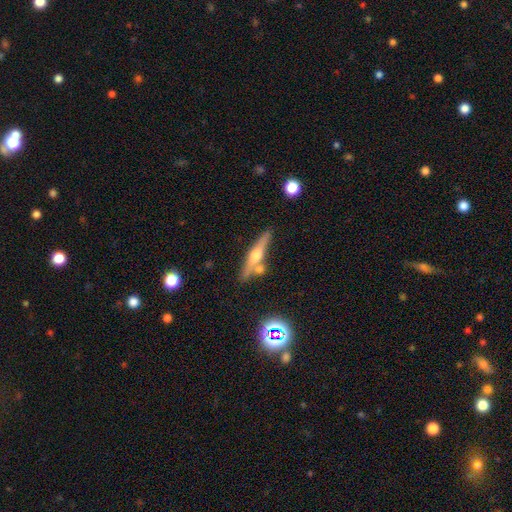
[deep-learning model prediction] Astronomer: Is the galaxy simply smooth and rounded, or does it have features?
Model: featured or disk — 64%.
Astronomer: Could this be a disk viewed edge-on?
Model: yes — 95%.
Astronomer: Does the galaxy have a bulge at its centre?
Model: rounded — 91%.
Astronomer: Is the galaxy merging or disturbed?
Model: none — 72%.